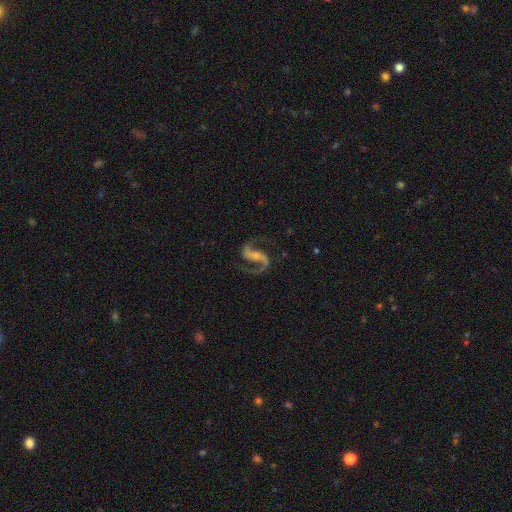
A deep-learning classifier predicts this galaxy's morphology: Smooth or featured: featured or disk — 93% (star or artifact — 4%)
Edge-on disk: no — 98% (yes — 2%)
Bar: strong — 42% (weak — 34%)
Spiral arms: yes — 98% (no — 2%)
Spiral winding: medium — 50% (loose — 41%)
Spiral arm count: 2 — 94% (1 — 2%)
Bulge size: small — 54% (moderate — 36%)
Merging: none — 80% (minor disturbance — 11%)